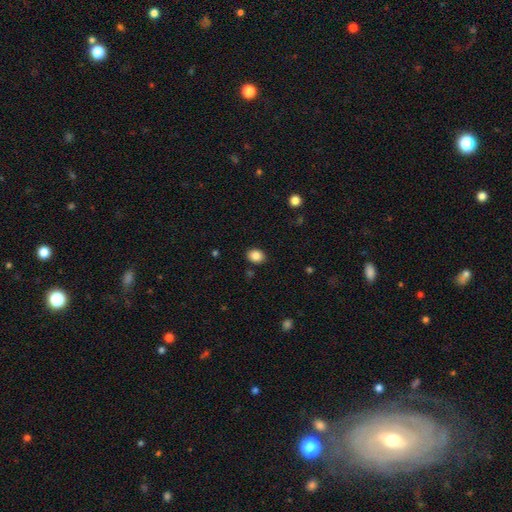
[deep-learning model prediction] Smooth or featured? smooth (86%)
How rounded? in between (53%)
Merging? none (88%)